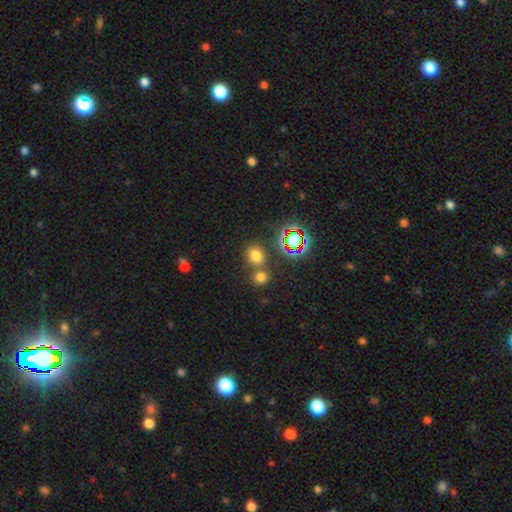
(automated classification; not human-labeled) Q: Smooth or featured?
A: smooth (68%); runner-up: star or artifact (24%)
Q: How rounded?
A: round (61%); runner-up: in between (38%)
Q: Merging?
A: none (64%); runner-up: merger (24%)